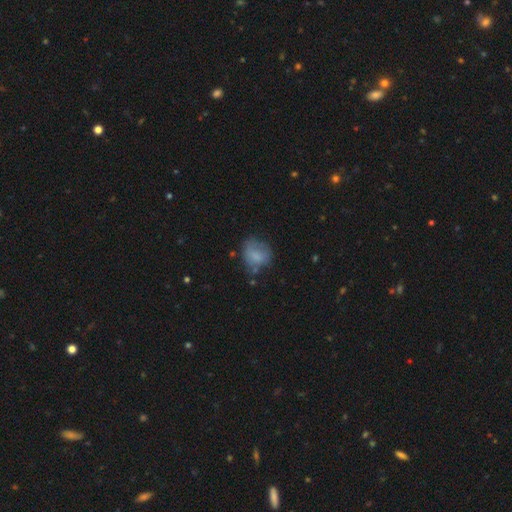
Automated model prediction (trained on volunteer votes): This appears to be a smooth galaxy with no disk features (72%) that is round (55%). Merging: none (47%).